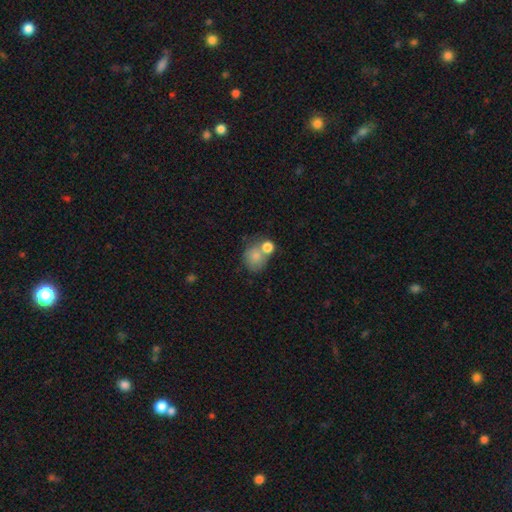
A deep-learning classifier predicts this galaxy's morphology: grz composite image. It shows a smooth galaxy with no disk features (77%) that is round (69%). Merging: merger (43%).